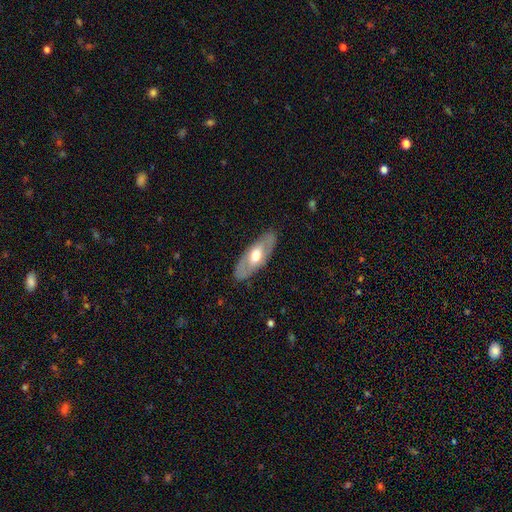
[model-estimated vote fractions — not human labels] featured or disk 50%, smooth 45%, star or artifact 5%. Down the decision tree: merging — none (86%).